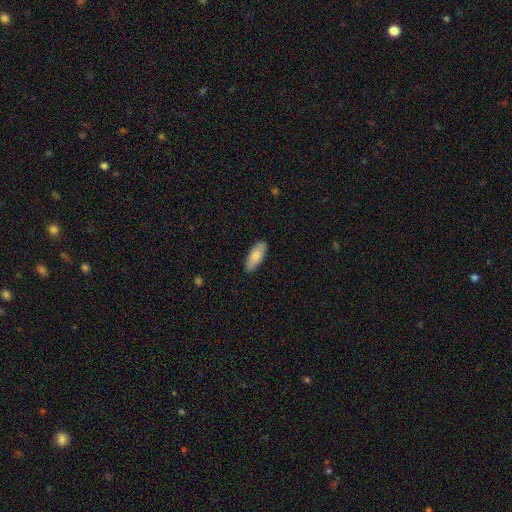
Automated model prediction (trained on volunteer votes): The model was most divided on "how rounded": in between: 77%, cigar-shaped: 21%, round: 2%. More confident: merging — none (87%); smooth or featured — smooth (83%).